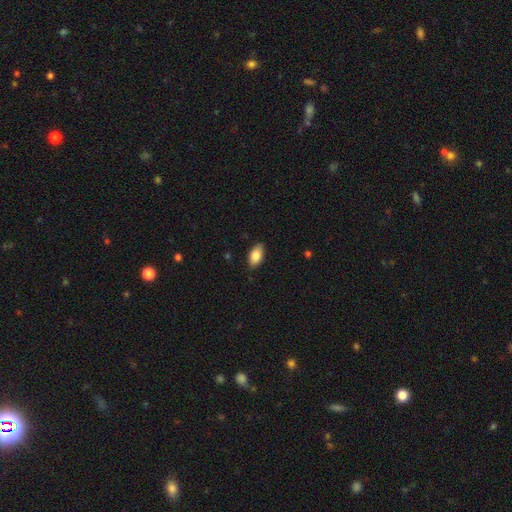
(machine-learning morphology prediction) A smooth galaxy with no disk features (83%) that is in between round and cigar-shaped (92%).

Vote fractions:
- Smooth or featured? smooth: 83% / featured or disk: 10% / star or artifact: 7%
- How rounded? in between: 92% / round: 4% / cigar-shaped: 3%
- Merging? none: 86% / minor disturbance: 11% / major disturbance: 2% / merger: 1%